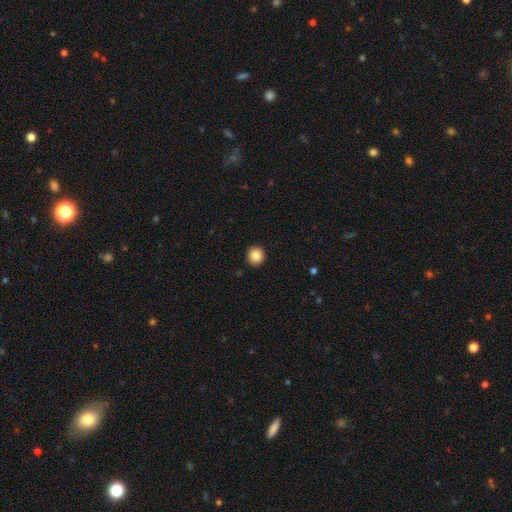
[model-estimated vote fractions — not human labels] This appears to be a smooth galaxy with no disk features (86%) that is round (93%). Merging: none (93%).